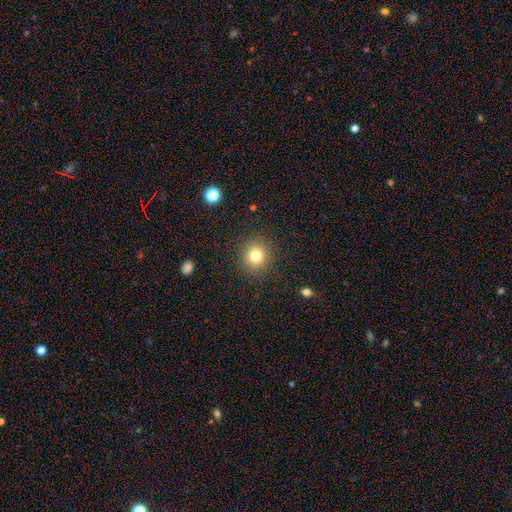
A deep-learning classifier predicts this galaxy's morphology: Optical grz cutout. It shows a smooth galaxy with no disk features (79%) that is round (86%). Merging: none (89%).